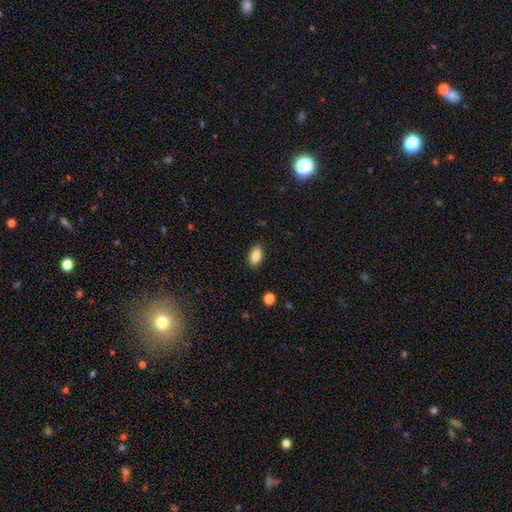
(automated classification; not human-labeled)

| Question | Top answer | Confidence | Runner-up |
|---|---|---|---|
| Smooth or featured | smooth | 87% | star or artifact (7%) |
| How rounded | in between | 93% | round (4%) |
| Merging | none | 89% | minor disturbance (8%) |